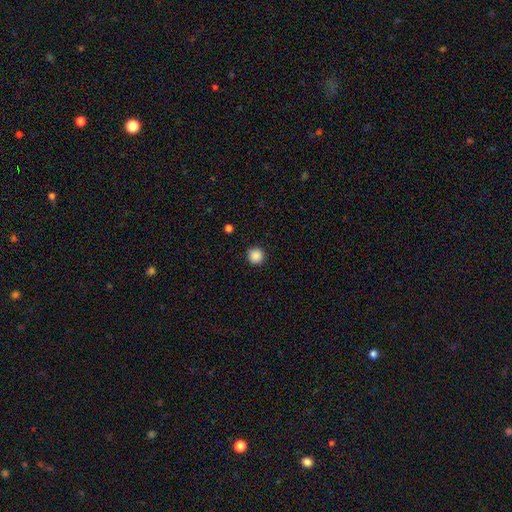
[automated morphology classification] This appears to be a smooth galaxy with no disk features (88%) that is round (95%). Merging: none (92%).